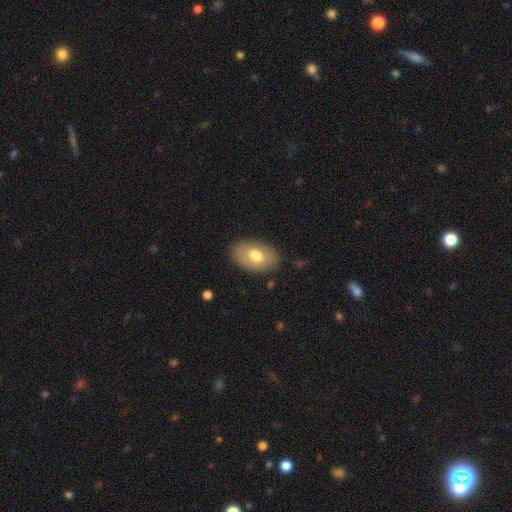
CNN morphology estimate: A smooth galaxy with no disk features (72%) that is in between round and cigar-shaped (90%).

Vote fractions:
- Smooth or featured? smooth: 72% / featured or disk: 22% / star or artifact: 7%
- How rounded? in between: 90% / round: 8% / cigar-shaped: 1%
- Merging? none: 83% / minor disturbance: 12% / major disturbance: 3% / merger: 1%